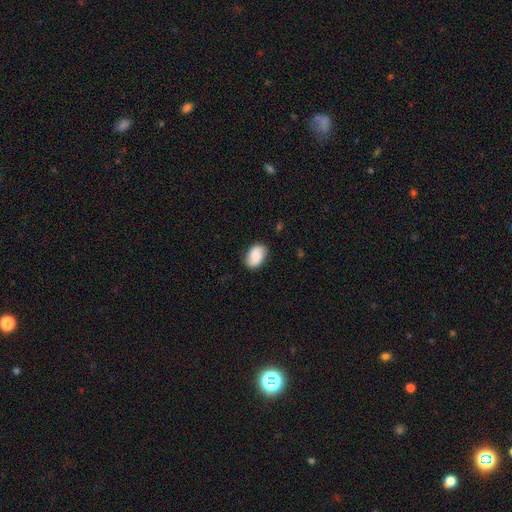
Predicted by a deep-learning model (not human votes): This is likely a smooth galaxy (71%). How rounded: clearly in between (86%). Merging: clearly none (81%).